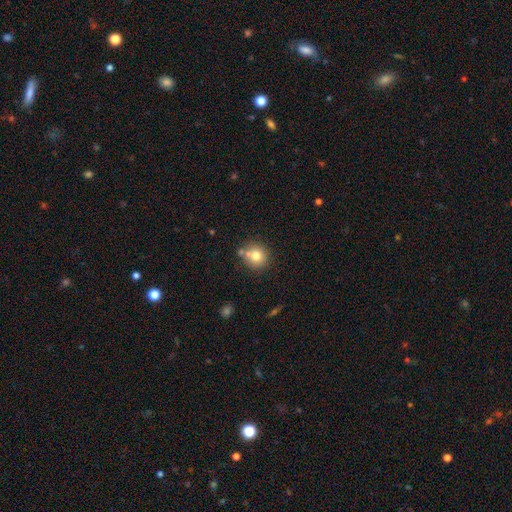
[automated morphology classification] Smooth or featured? Predicted: smooth (p=0.76). How rounded? Predicted: round (p=0.87). Merging? Predicted: none (p=0.68).